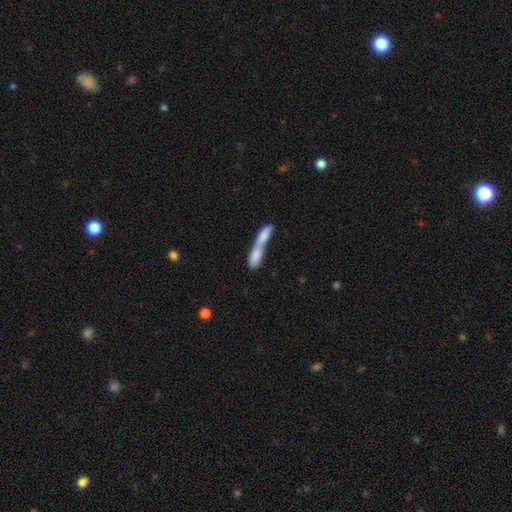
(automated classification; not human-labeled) Smooth or featured? Predicted: smooth (p=0.72). How rounded? Predicted: cigar-shaped (p=0.61). Merging? Predicted: merger (p=0.77).